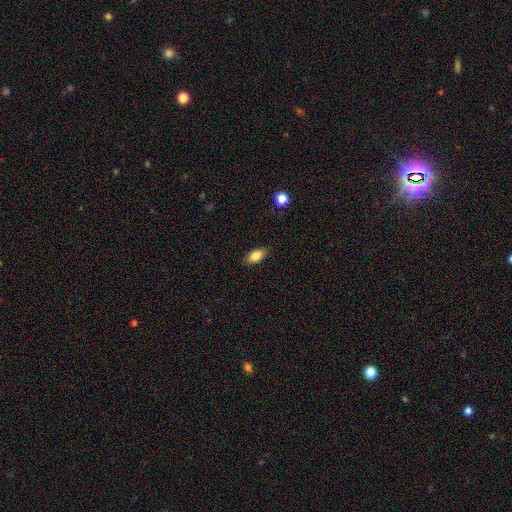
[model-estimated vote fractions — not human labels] This appears to be a smooth galaxy with no disk features (83%) that is in between round and cigar-shaped (88%). Merging: none (84%).